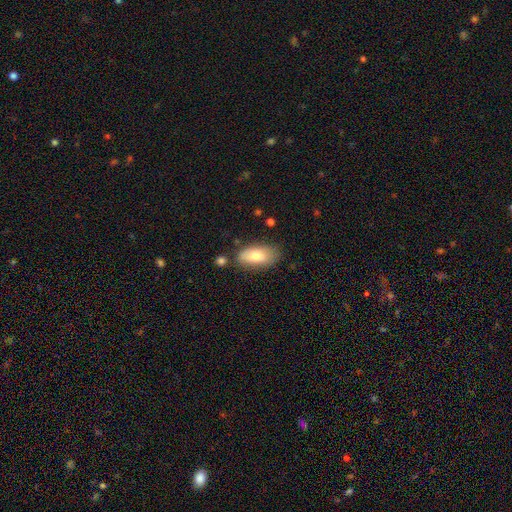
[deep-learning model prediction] smooth-or-featured: smooth: 78% | featured or disk: 15% | star or artifact: 7%
  how-rounded: in between: 89% | cigar-shaped: 8% | round: 3%
  merging: none: 72% | minor disturbance: 19% | merger: 5% | major disturbance: 4%